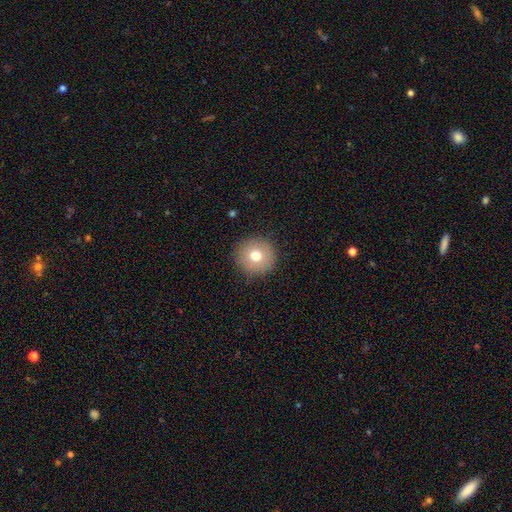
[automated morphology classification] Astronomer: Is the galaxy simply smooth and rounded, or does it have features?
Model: smooth — 73%.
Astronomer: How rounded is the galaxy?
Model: round — 95%.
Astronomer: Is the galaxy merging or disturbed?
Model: none — 90%.